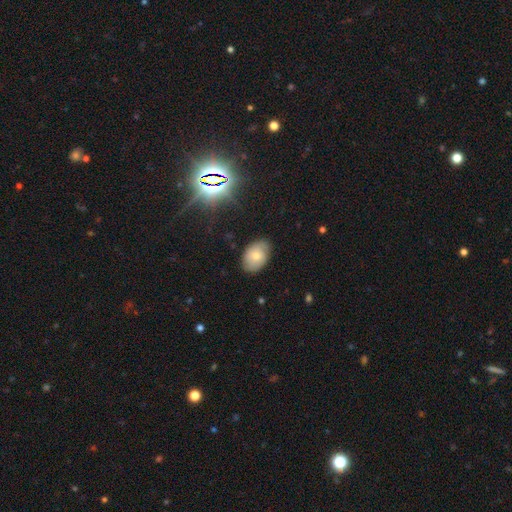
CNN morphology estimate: smooth 69%, featured or disk 21%, star or artifact 10%. Down the decision tree: how rounded — in between (84%); merging — none (78%).